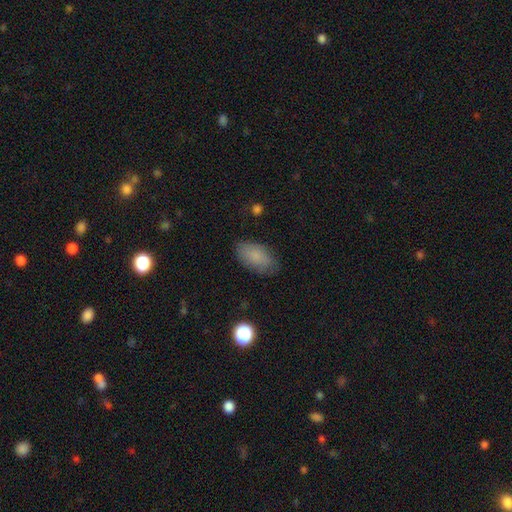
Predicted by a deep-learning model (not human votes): Overall: smooth (82%). How rounded: in between (92%). Merging: none (80%).